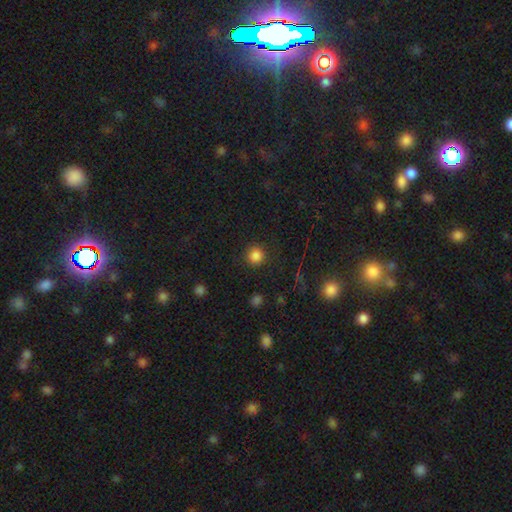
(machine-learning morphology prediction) Q: Smooth or featured?
A: smooth (81%); runner-up: star or artifact (15%)
Q: How rounded?
A: round (93%); runner-up: in between (6%)
Q: Merging?
A: none (89%); runner-up: minor disturbance (7%)